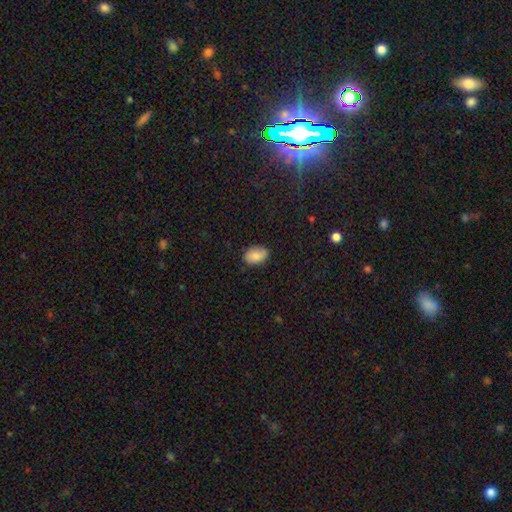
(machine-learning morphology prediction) smooth_or_featured: smooth (p=0.86) [alt: star or artifact p=0.08]
how_rounded: in between (p=0.86) [alt: round p=0.13]
merging: none (p=0.81) [alt: minor disturbance p=0.15]